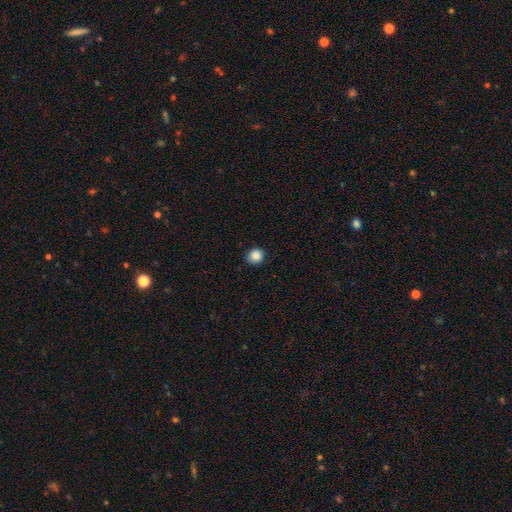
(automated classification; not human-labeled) A smooth galaxy with no disk features (87%) that is round (81%).

Vote fractions:
- Smooth or featured? smooth: 87% / star or artifact: 10% / featured or disk: 3%
- How rounded? round: 81% / in between: 18% / cigar-shaped: 1%
- Merging? none: 85% / minor disturbance: 12% / major disturbance: 2% / merger: 1%